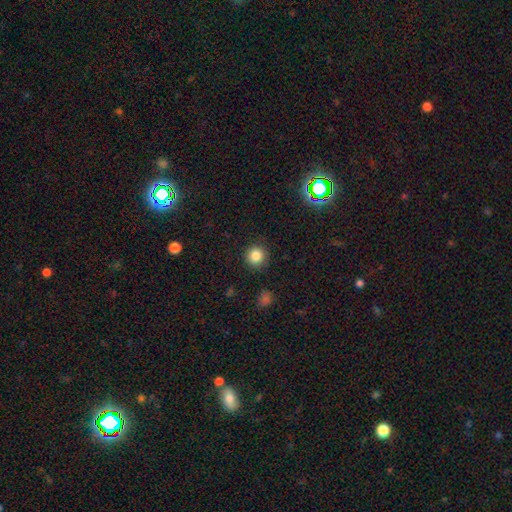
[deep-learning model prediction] smooth-or-featured: smooth: 85% | star or artifact: 11% | featured or disk: 4%
  how-rounded: round: 92% | in between: 7% | cigar-shaped: 1%
  merging: none: 90% | minor disturbance: 7% | major disturbance: 2% | merger: 1%